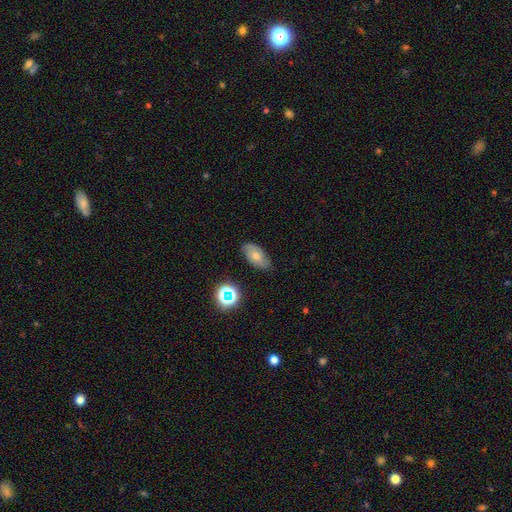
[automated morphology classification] A smooth galaxy with no disk features (53%) that is in between round and cigar-shaped (90%).

Vote fractions:
- Smooth or featured? smooth: 53% / featured or disk: 34% / star or artifact: 13%
- How rounded? in between: 90% / round: 7% / cigar-shaped: 3%
- Merging? none: 77% / minor disturbance: 18% / major disturbance: 4% / merger: 2%